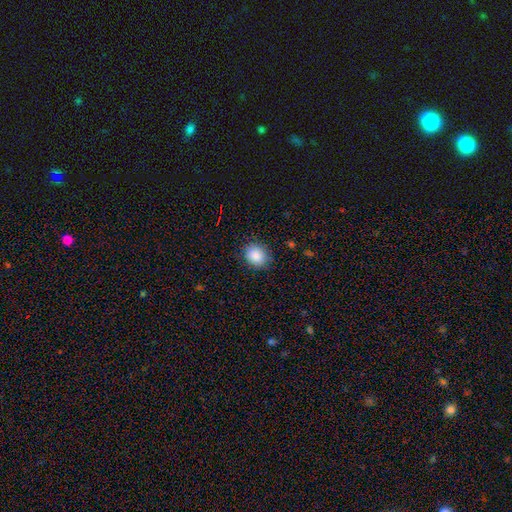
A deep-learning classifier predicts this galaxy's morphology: Smooth or featured? smooth (86%)
How rounded? round (60%)
Merging? none (85%)